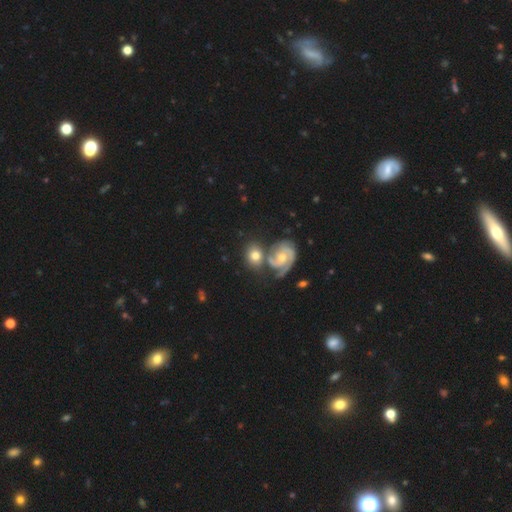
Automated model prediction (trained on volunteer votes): Smooth or featured?
  - featured or disk: 47% *
  - smooth: 45%
  - star or artifact: 8%
Merging?
  - none: 51% *
  - merger: 30%
  - minor disturbance: 14%
  - major disturbance: 6%